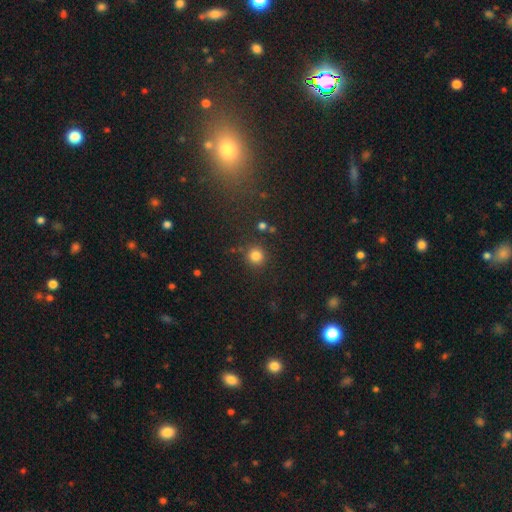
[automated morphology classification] A smooth galaxy with no disk features (82%) that is round (93%).

Vote fractions:
- Smooth or featured? smooth: 82% / star or artifact: 13% / featured or disk: 5%
- How rounded? round: 93% / in between: 6% / cigar-shaped: 1%
- Merging? none: 85% / minor disturbance: 8% / merger: 4% / major disturbance: 3%